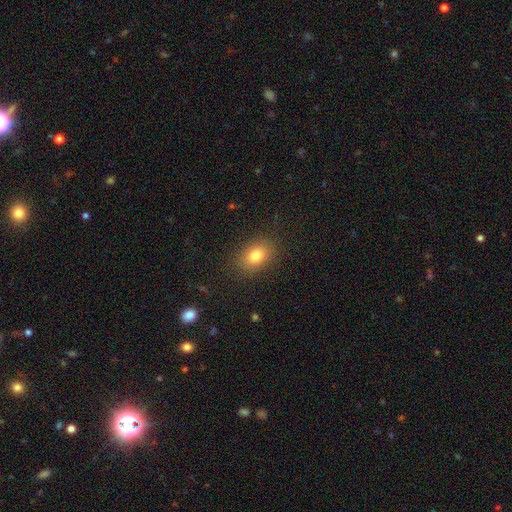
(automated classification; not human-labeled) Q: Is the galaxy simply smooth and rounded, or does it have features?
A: smooth — 80%.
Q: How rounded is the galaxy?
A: in between — 77%.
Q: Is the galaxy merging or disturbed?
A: none — 86%.